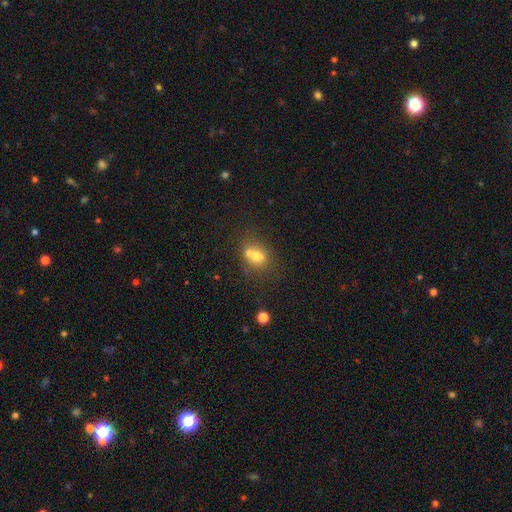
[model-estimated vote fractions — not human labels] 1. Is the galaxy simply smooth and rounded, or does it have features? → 66% smooth, 21% featured or disk, 13% star or artifact.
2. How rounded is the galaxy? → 59% round, 40% in between, 1% cigar-shaped.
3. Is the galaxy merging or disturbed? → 55% merger, 32% none, 9% minor disturbance, 4% major disturbance.